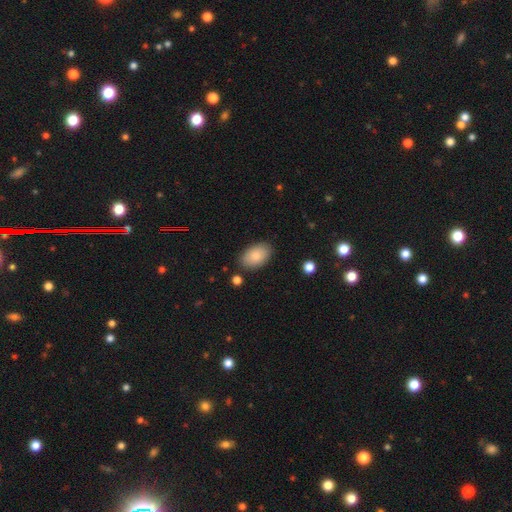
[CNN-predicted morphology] Smooth or featured? smooth (86%)
How rounded? in between (92%)
Merging? none (85%)